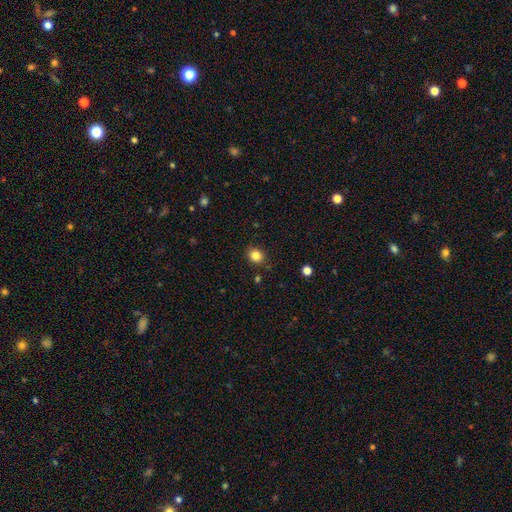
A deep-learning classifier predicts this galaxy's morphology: Smooth or featured: smooth — 84% (star or artifact — 11%)
How rounded: round — 72% (in between — 27%)
Merging: none — 85% (minor disturbance — 11%)